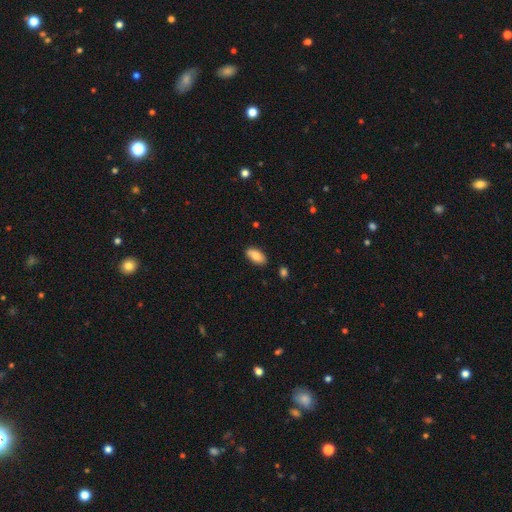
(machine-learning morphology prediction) Smooth or featured? smooth (83%)
How rounded? in between (91%)
Merging? none (85%)